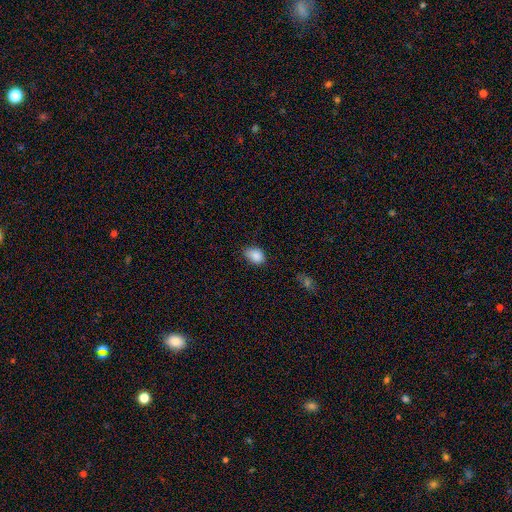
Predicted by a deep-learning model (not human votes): A smooth galaxy with no disk features (87%) that is in between round and cigar-shaped (73%). Merging: none (63%).